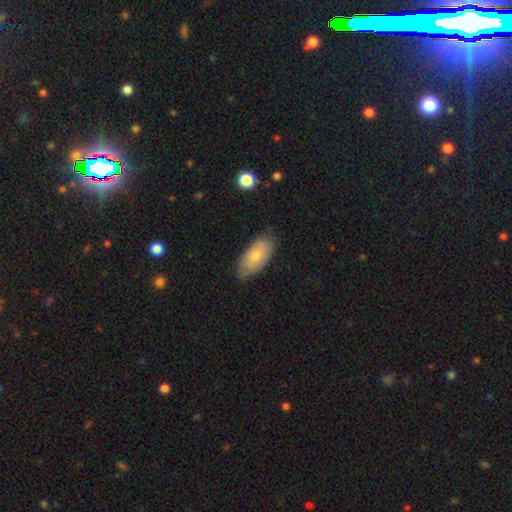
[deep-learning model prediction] Smooth or featured? smooth (66%)
How rounded? in between (91%)
Merging? none (79%)